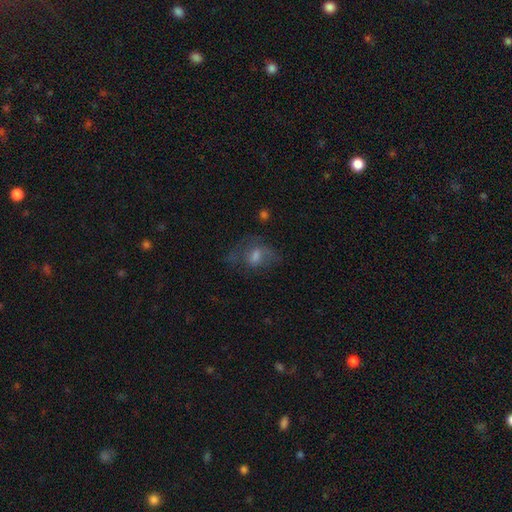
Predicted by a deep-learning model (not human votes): This is marginally a smooth galaxy (43%). Merging: marginally none (45%).